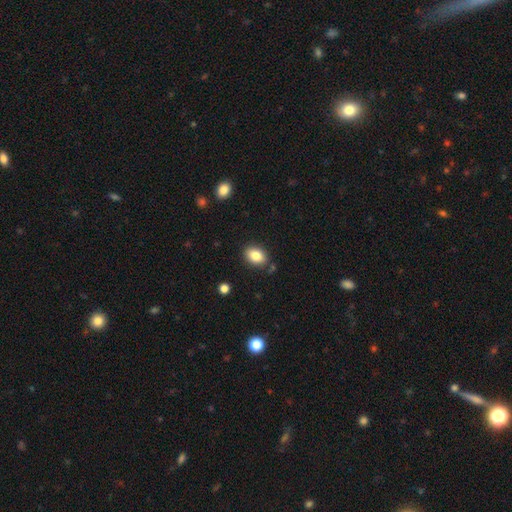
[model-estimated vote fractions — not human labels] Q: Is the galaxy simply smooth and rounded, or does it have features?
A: smooth — 85%.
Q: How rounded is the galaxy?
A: in between — 80%.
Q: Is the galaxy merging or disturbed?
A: none — 84%.